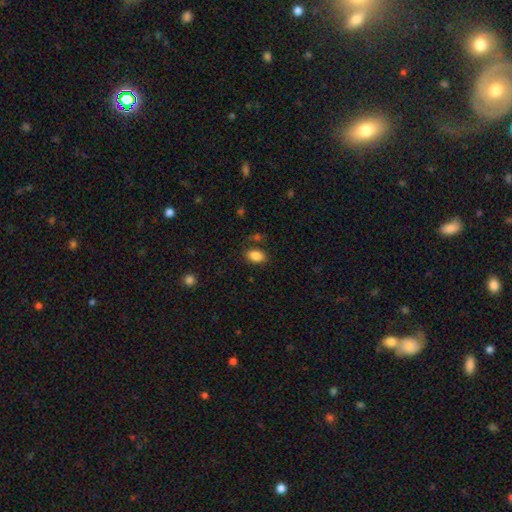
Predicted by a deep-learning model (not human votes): smooth-or-featured: smooth: 86% | star or artifact: 9% | featured or disk: 5%
  how-rounded: in between: 86% | round: 13% | cigar-shaped: 1%
  merging: none: 80% | minor disturbance: 12% | merger: 4% | major disturbance: 4%